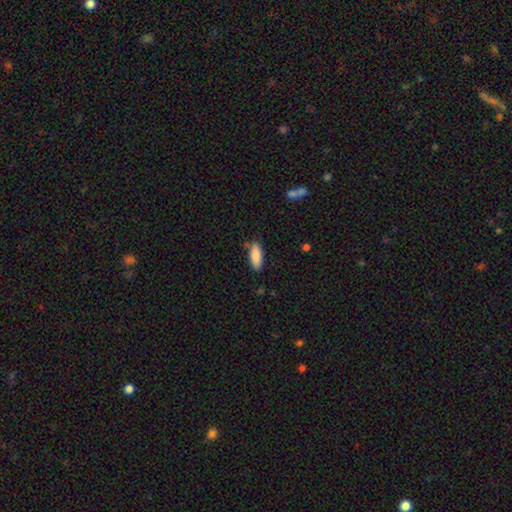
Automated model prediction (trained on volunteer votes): This appears to be a smooth galaxy with no disk features (87%) that is in between round and cigar-shaped (67%). Merging: none (81%).